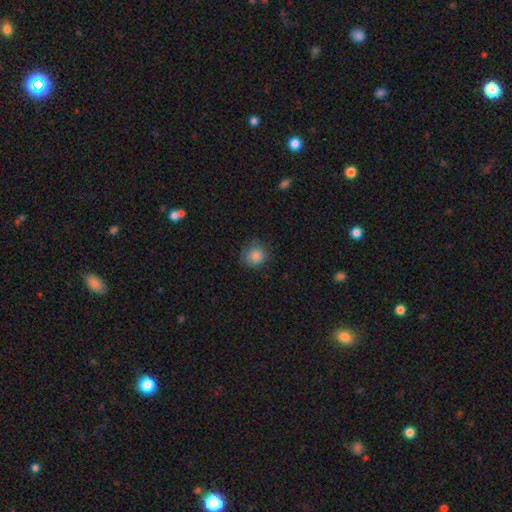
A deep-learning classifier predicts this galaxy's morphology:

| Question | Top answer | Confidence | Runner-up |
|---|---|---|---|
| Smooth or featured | smooth | 86% | star or artifact (10%) |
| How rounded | round | 90% | in between (9%) |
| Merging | none | 80% | minor disturbance (15%) |